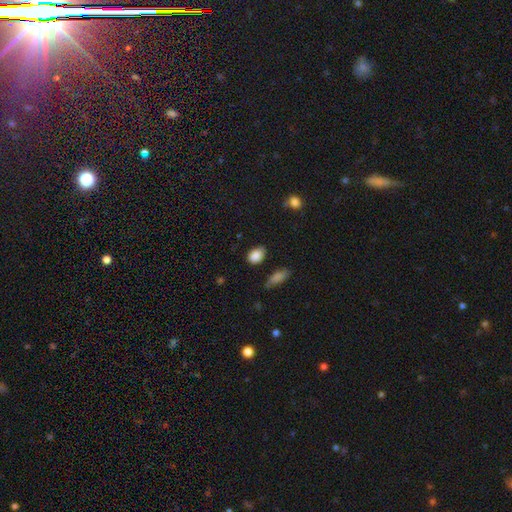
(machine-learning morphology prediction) type=smooth (87%); roundness=in between (78%); merging=none (78%).